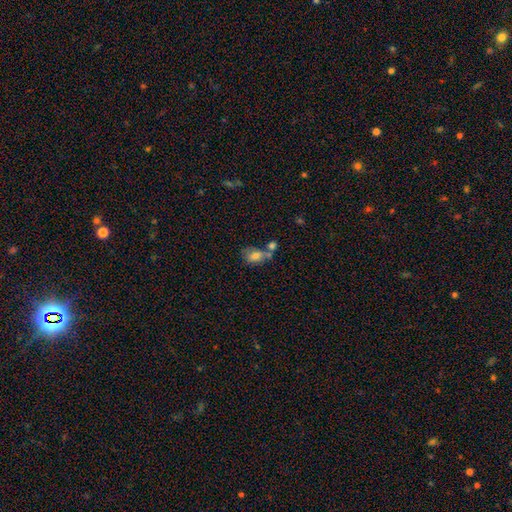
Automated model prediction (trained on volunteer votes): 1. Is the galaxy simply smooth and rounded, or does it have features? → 71% smooth, 19% featured or disk, 10% star or artifact.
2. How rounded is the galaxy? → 81% in between, 17% round, 2% cigar-shaped.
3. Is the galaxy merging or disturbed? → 39% merger, 33% none, 18% minor disturbance, 10% major disturbance.